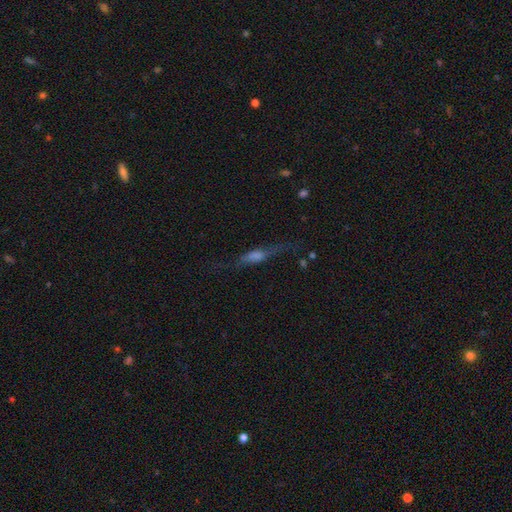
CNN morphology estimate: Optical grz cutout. It shows a featured or disk galaxy (59%) viewed edge-on (87%) with a rounded central bulge (68%). Merging: none (65%).